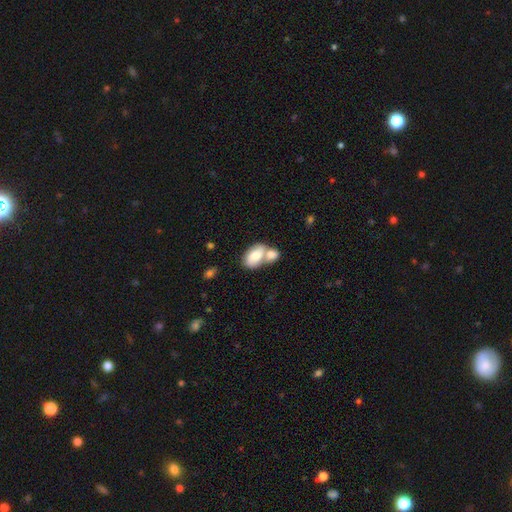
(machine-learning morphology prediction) A smooth galaxy with no disk features (71%) that is in between round and cigar-shaped (90%). Merging: merger (62%).